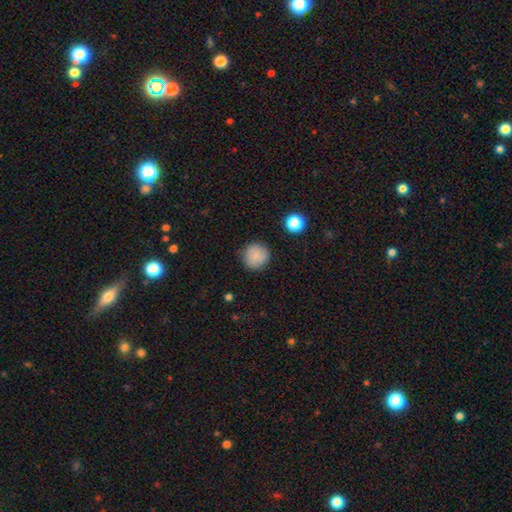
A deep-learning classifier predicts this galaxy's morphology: Q: Smooth or featured?
A: smooth (83%); runner-up: star or artifact (9%)
Q: How rounded?
A: round (93%); runner-up: in between (6%)
Q: Merging?
A: none (87%); runner-up: minor disturbance (9%)